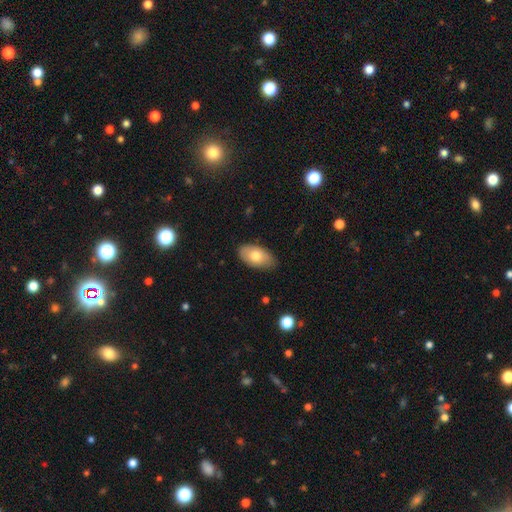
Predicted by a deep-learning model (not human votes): smooth 74%, featured or disk 20%, star or artifact 6%. Down the decision tree: how rounded — in between (94%); merging — none (79%).